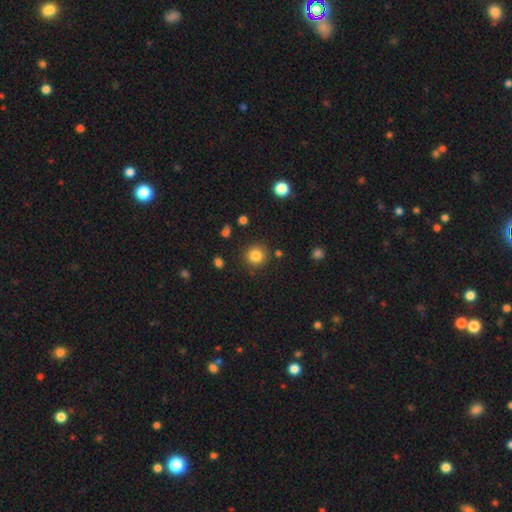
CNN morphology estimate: smooth-or-featured: smooth: 83% | star or artifact: 11% | featured or disk: 6%
  how-rounded: round: 93% | in between: 6% | cigar-shaped: 1%
  merging: none: 87% | minor disturbance: 7% | merger: 3% | major disturbance: 3%